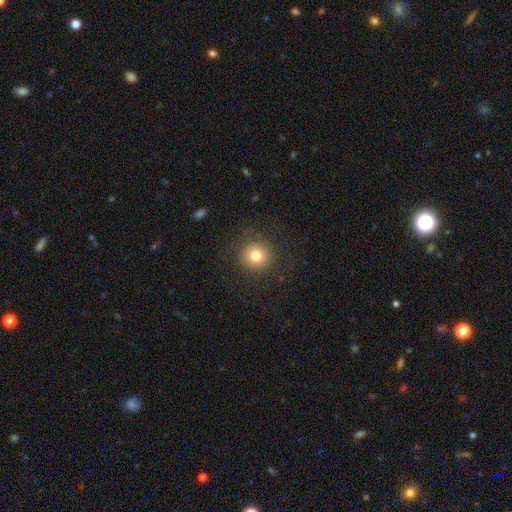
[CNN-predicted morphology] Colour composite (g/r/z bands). It shows a smooth galaxy with no disk features (78%) that is round (94%). Merging: none (88%).